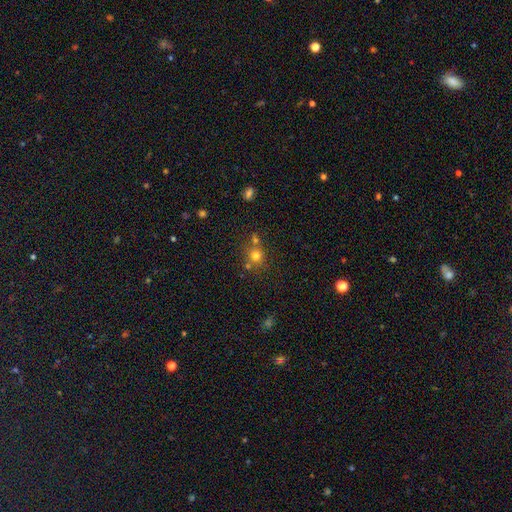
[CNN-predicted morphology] Smooth or featured: smooth — 73% (star or artifact — 17%)
How rounded: round — 87% (in between — 12%)
Merging: none — 64% (merger — 22%)